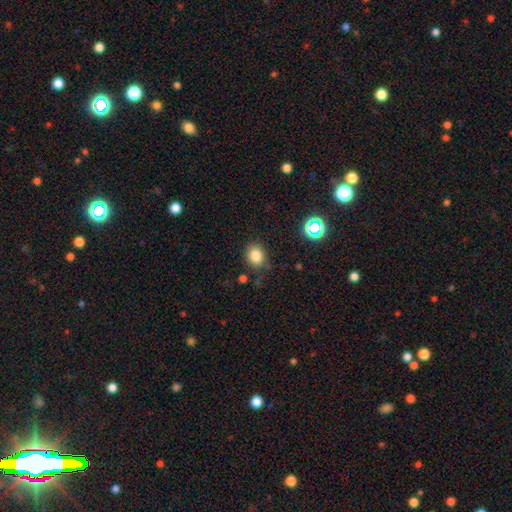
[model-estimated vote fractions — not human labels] A smooth galaxy with no disk features (82%) that is round (61%).

Vote fractions:
- Smooth or featured? smooth: 82% / star or artifact: 12% / featured or disk: 6%
- How rounded? round: 61% / in between: 38% / cigar-shaped: 1%
- Merging? none: 76% / minor disturbance: 16% / major disturbance: 5% / merger: 3%